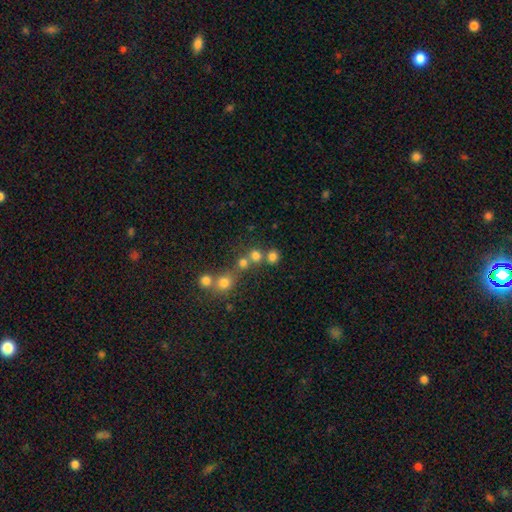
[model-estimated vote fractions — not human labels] smooth-or-featured: smooth: 72% | star or artifact: 18% | featured or disk: 9%
  how-rounded: round: 87% | in between: 12% | cigar-shaped: 1%
  merging: none: 59% | merger: 30% | minor disturbance: 7% | major disturbance: 4%